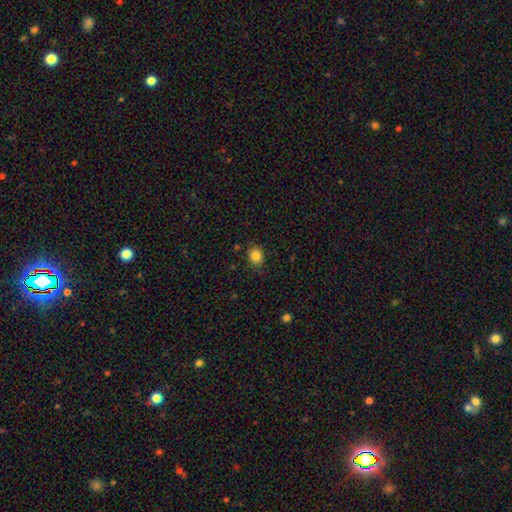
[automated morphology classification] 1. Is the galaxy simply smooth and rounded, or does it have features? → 84% smooth, 11% star or artifact, 5% featured or disk.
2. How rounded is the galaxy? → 59% round, 40% in between, 1% cigar-shaped.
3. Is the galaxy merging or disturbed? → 84% none, 12% minor disturbance, 3% major disturbance, 2% merger.